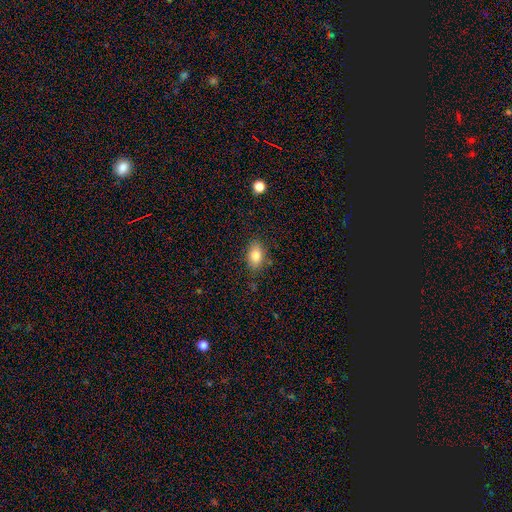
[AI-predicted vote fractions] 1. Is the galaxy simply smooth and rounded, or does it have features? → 82% smooth, 9% featured or disk, 8% star or artifact.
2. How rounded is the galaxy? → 86% in between, 12% round, 2% cigar-shaped.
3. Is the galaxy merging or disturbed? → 81% none, 14% minor disturbance, 3% major disturbance, 2% merger.